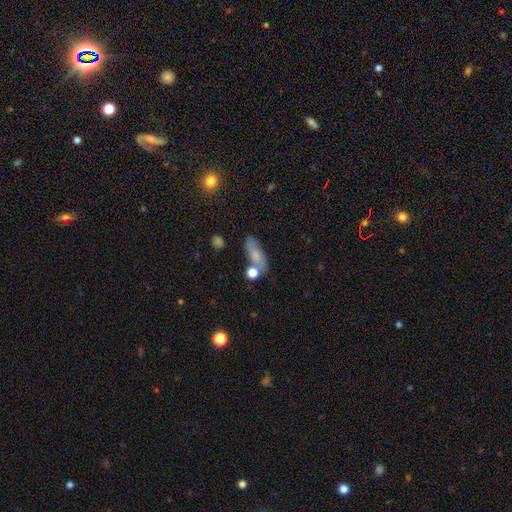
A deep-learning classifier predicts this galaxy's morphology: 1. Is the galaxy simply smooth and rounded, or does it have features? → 64% smooth, 25% featured or disk, 10% star or artifact.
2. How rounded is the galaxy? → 67% in between, 23% cigar-shaped, 10% round.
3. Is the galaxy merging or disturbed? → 59% none, 19% minor disturbance, 16% merger, 7% major disturbance.